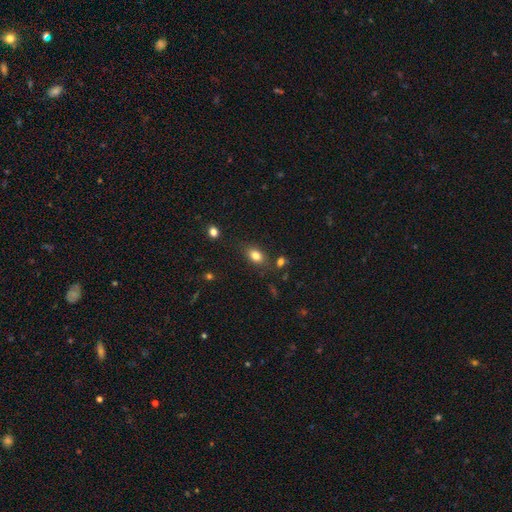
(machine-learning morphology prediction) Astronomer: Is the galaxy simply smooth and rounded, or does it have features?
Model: smooth — 82%.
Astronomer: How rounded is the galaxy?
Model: in between — 79%.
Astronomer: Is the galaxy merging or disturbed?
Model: none — 78%.